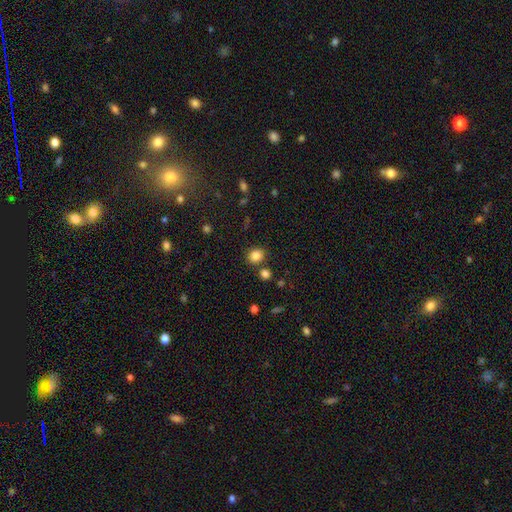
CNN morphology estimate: Smooth or featured? Predicted: smooth (p=0.84). How rounded? Predicted: round (p=0.72). Merging? Predicted: none (p=0.79).